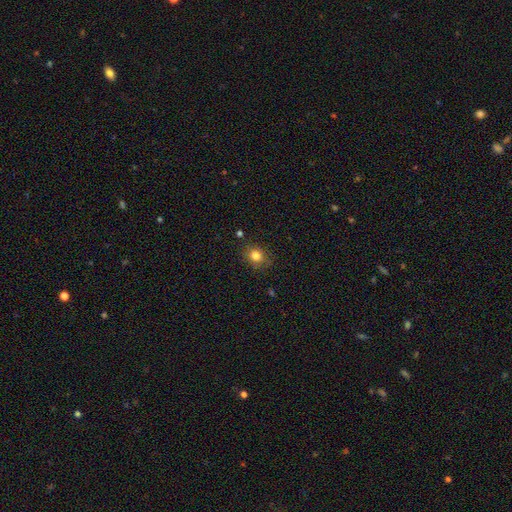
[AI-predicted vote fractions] Smooth or featured?
  - smooth: 82% *
  - star or artifact: 12%
  - featured or disk: 6%
How rounded?
  - round: 67% *
  - in between: 32%
  - cigar-shaped: 1%
Merging?
  - none: 81% *
  - minor disturbance: 14%
  - major disturbance: 3%
  - merger: 2%